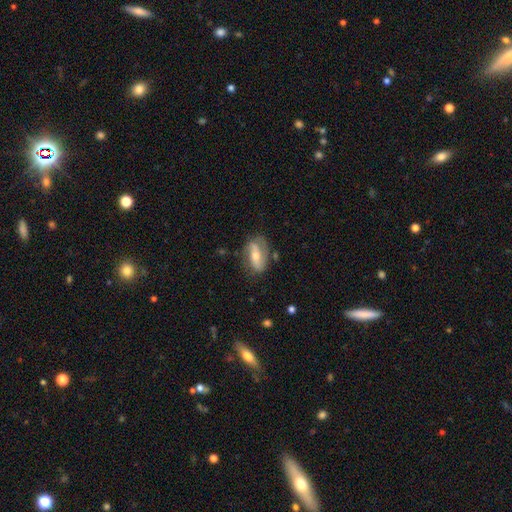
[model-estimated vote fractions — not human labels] Morphology: type=featured or disk (67%); edge-on=no (88%); bar=strong (43%); spiral arms=yes (81%); bulge=moderate (58%); merging=none (70%).